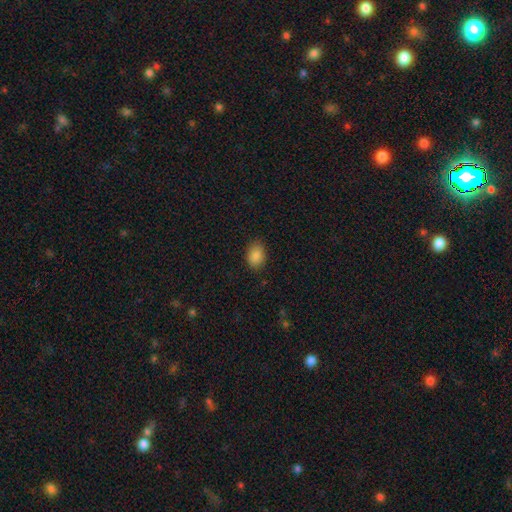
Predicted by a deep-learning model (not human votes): The model was most divided on "how rounded": in between: 79%, round: 20%, cigar-shaped: 1%. More confident: smooth or featured — smooth (87%); merging — none (84%).